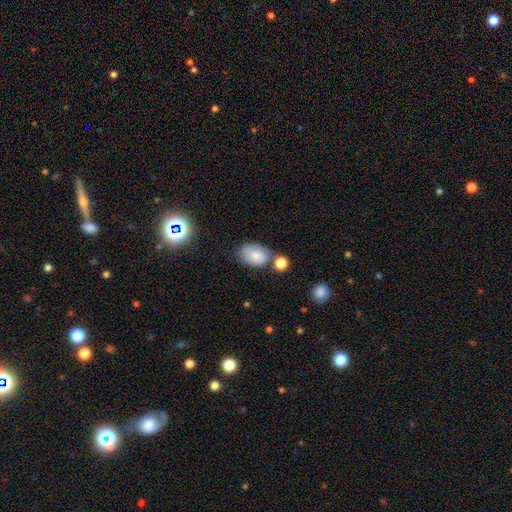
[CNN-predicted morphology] Smooth or featured? smooth (80%)
How rounded? in between (83%)
Merging? none (57%)